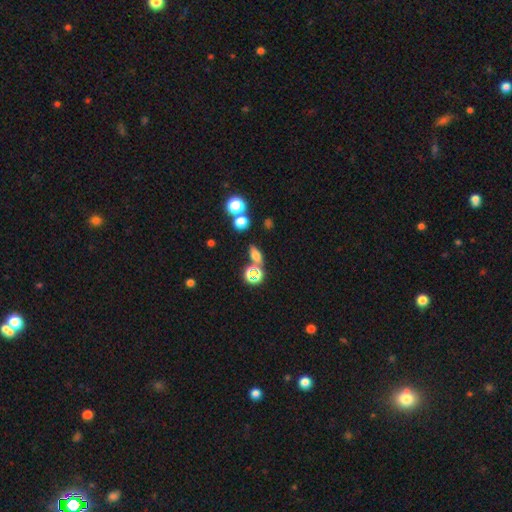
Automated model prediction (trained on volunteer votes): Smooth or featured? smooth (60%)
How rounded? in between (59%)
Merging? none (67%)